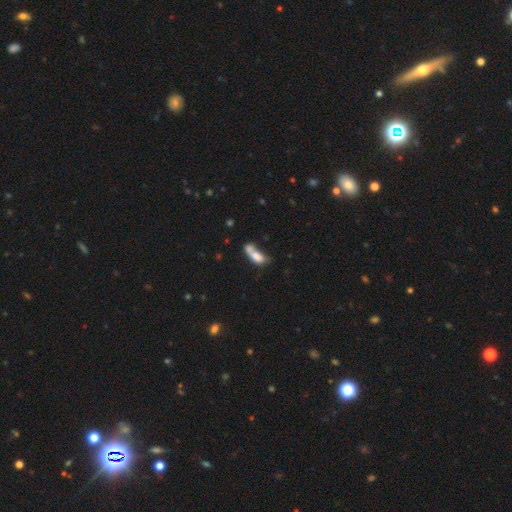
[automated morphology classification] This appears to be a smooth galaxy with no disk features (71%) that is in between round and cigar-shaped (73%). Merging: merger (53%).